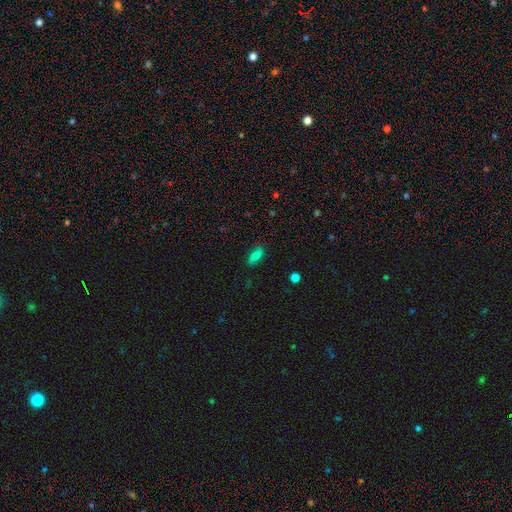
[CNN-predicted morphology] Smooth or featured?
  - smooth: 74% *
  - featured or disk: 15%
  - star or artifact: 11%
How rounded?
  - in between: 81% *
  - cigar-shaped: 15%
  - round: 5%
Merging?
  - none: 81% *
  - minor disturbance: 14%
  - major disturbance: 3%
  - merger: 1%